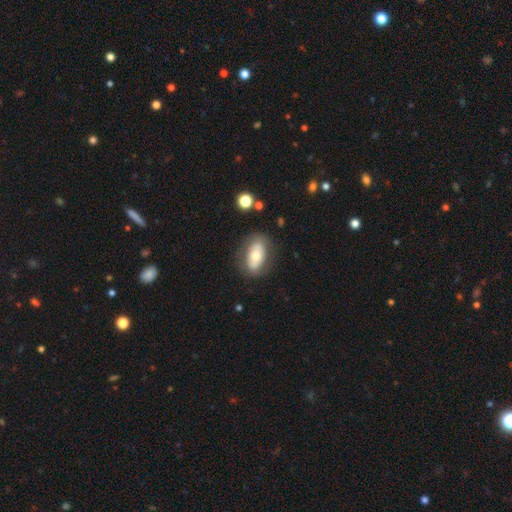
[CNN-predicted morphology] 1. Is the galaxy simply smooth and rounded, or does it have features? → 56% smooth, 37% featured or disk, 7% star or artifact.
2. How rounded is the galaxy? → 88% in between, 7% round, 4% cigar-shaped.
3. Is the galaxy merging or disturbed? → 78% none, 14% minor disturbance, 6% major disturbance, 2% merger.